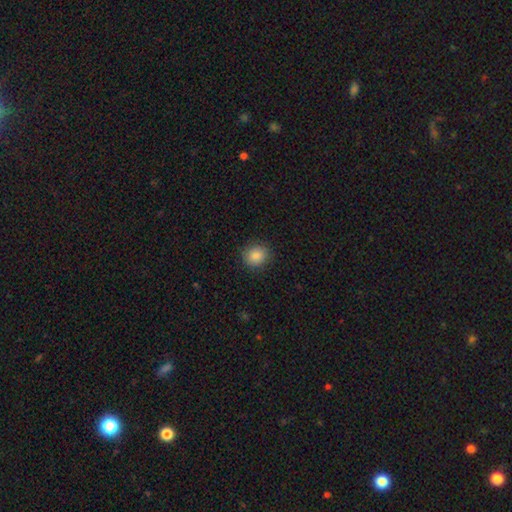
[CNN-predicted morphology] Q: Smooth or featured?
A: smooth (86%); runner-up: star or artifact (9%)
Q: How rounded?
A: round (84%); runner-up: in between (15%)
Q: Merging?
A: none (88%); runner-up: minor disturbance (8%)